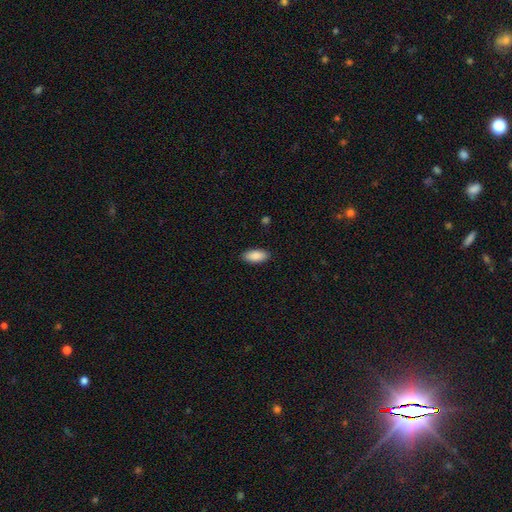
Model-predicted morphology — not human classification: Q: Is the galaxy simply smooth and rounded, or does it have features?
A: smooth — 89%.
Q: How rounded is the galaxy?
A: in between — 89%.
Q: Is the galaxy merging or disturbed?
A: none — 89%.